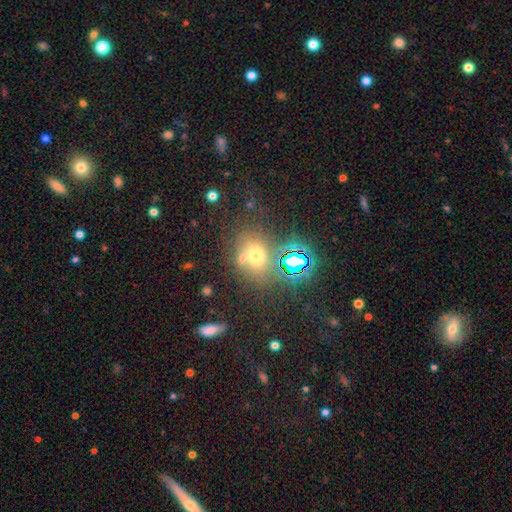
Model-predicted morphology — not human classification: smooth 55%, star or artifact 31%, featured or disk 15%. Down the decision tree: how rounded — round (51%); merging — none (58%).